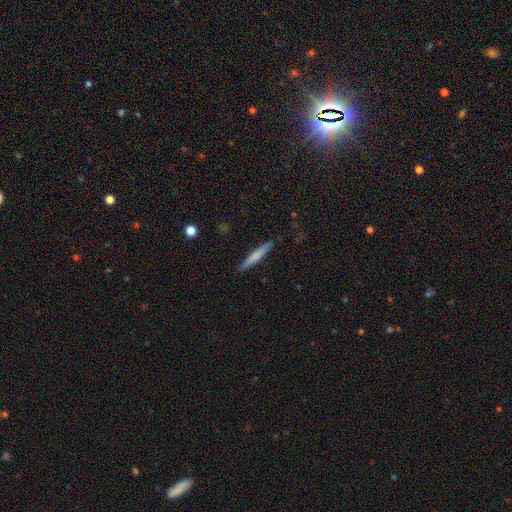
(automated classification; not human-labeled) Smooth or featured: smooth — 60% (featured or disk — 35%)
How rounded: cigar-shaped — 95% (in between — 4%)
Merging: none — 89% (minor disturbance — 8%)